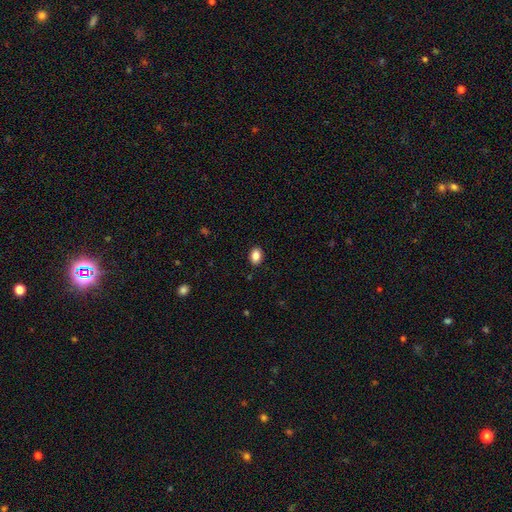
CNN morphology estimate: This is clearly a smooth galaxy (87%). How rounded: likely in between (75%). Merging: clearly none (90%).